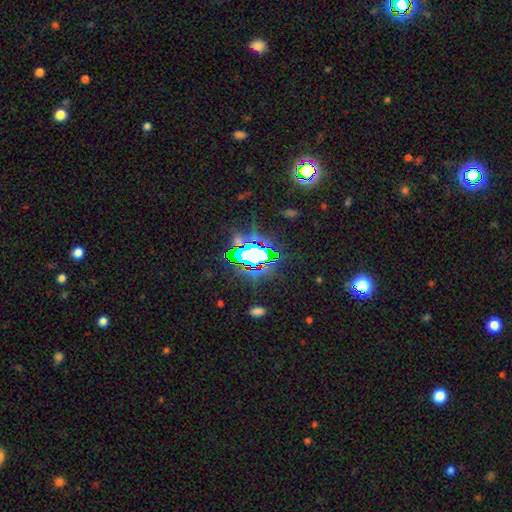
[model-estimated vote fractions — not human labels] A star or artifact, not a galaxy (66%).

Vote fractions:
- Smooth or featured? star or artifact: 66% / smooth: 20% / featured or disk: 14%